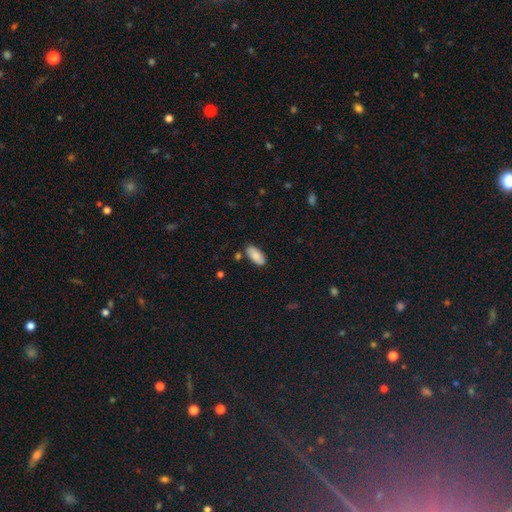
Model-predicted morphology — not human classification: Smooth or featured: smooth — 84% (featured or disk — 10%)
How rounded: in between — 90% (cigar-shaped — 8%)
Merging: none — 80% (minor disturbance — 13%)